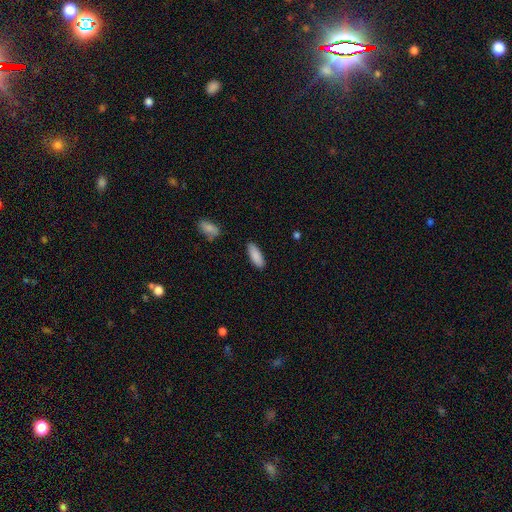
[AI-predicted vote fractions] Morphology: type=smooth (89%); roundness=in between (71%); merging=none (86%).